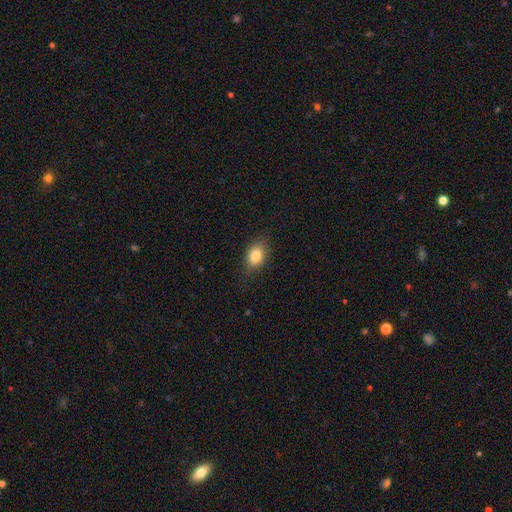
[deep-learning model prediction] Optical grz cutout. It shows a smooth galaxy with no disk features (82%) that is in between round and cigar-shaped (77%). Merging: none (78%).